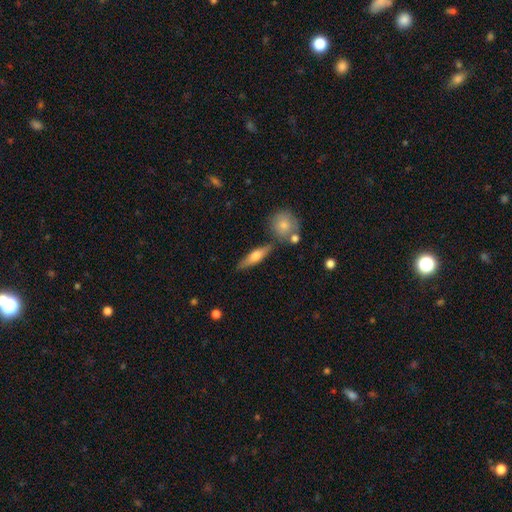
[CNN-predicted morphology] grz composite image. It shows a smooth galaxy with no disk features (50%) that is cigar-shaped (63%). Merging: none (76%).